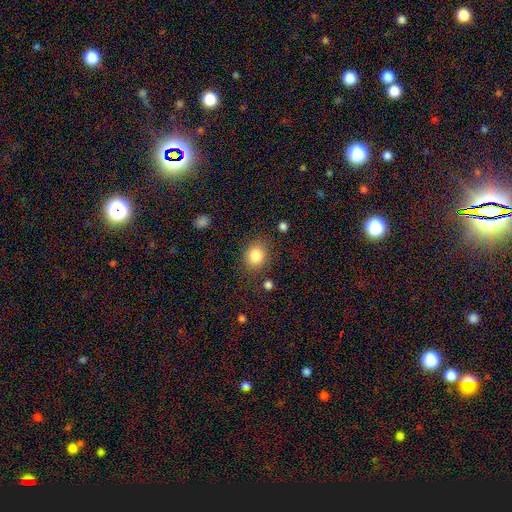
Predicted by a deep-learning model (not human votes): A smooth galaxy with no disk features (84%) that is round (63%). Merging: none (81%).